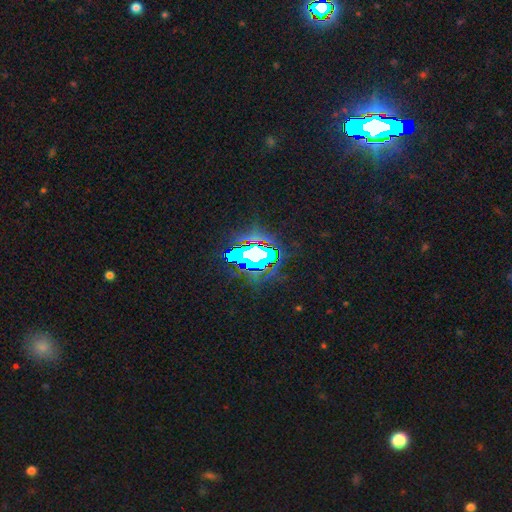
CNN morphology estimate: A star or artifact, not a galaxy (64%).

Vote fractions:
- Smooth or featured? star or artifact: 64% / featured or disk: 19% / smooth: 17%